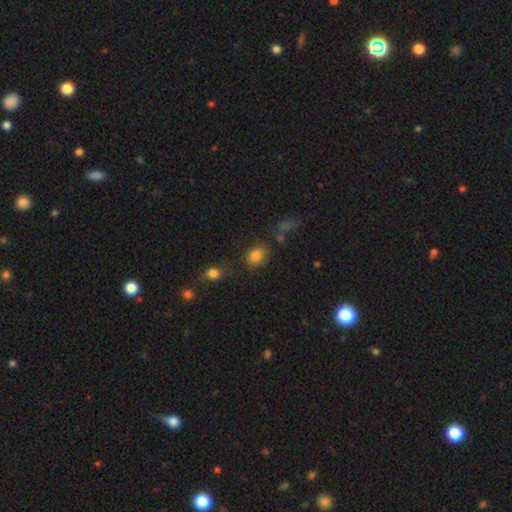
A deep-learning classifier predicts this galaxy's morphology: smooth 82%, star or artifact 11%, featured or disk 7%. Down the decision tree: how rounded — in between (59%); merging — none (67%).